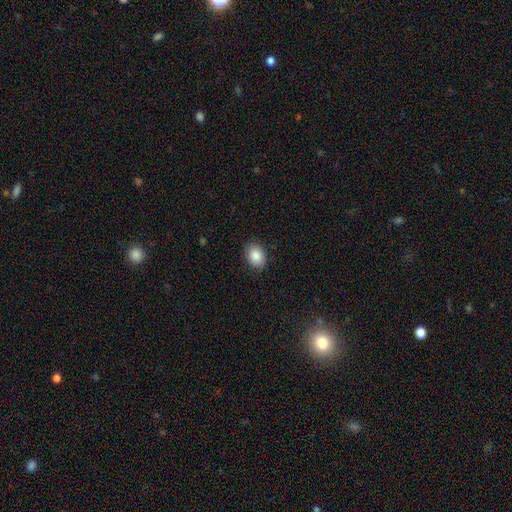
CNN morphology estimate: Smooth or featured: smooth — 87% (star or artifact — 7%)
How rounded: in between — 69% (round — 30%)
Merging: none — 87% (minor disturbance — 9%)